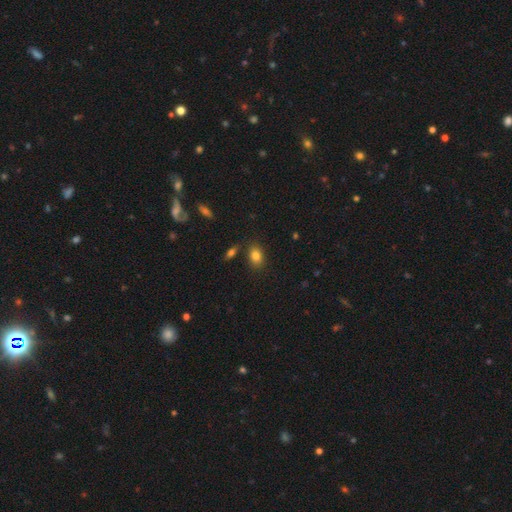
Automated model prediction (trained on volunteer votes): Q: Smooth or featured?
A: smooth (83%); runner-up: star or artifact (10%)
Q: How rounded?
A: in between (74%); runner-up: round (24%)
Q: Merging?
A: none (80%); runner-up: minor disturbance (12%)